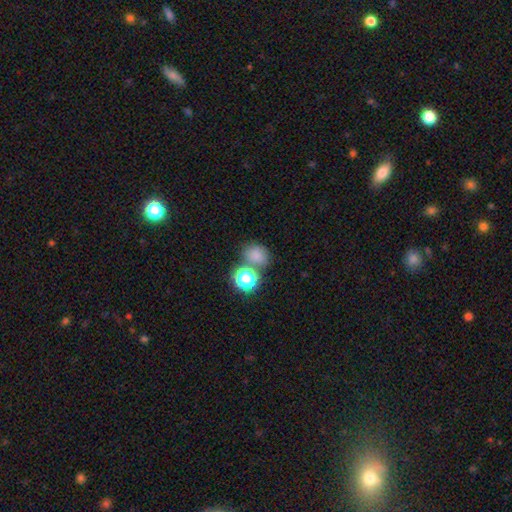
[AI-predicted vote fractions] A smooth galaxy with no disk features (74%) that is round (66%). Merging: none (62%).